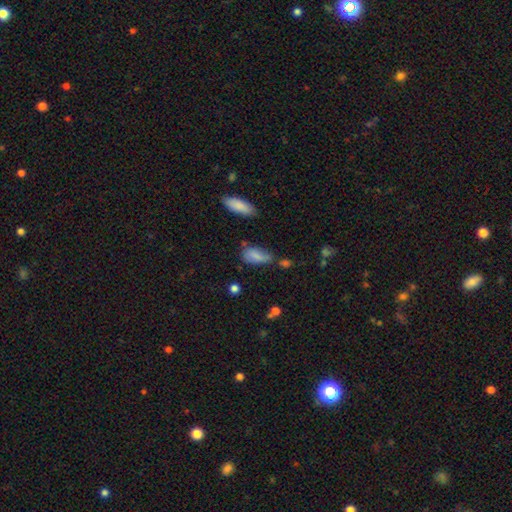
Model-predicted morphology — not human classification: Smooth or featured: smooth — 76% (featured or disk — 15%)
How rounded: in between — 86% (cigar-shaped — 10%)
Merging: none — 44% (minor disturbance — 34%)